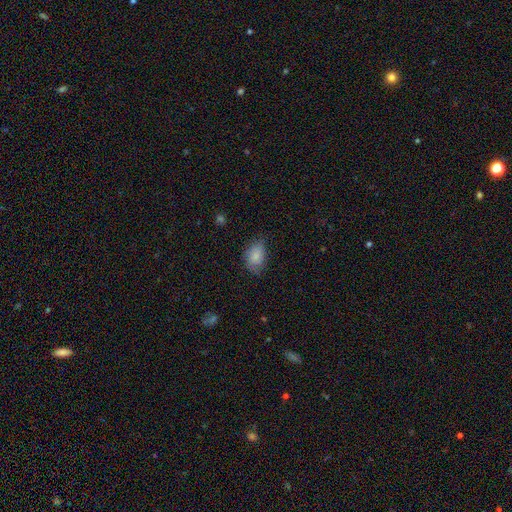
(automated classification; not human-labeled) Smooth or featured? smooth (81%)
How rounded? in between (86%)
Merging? none (58%)